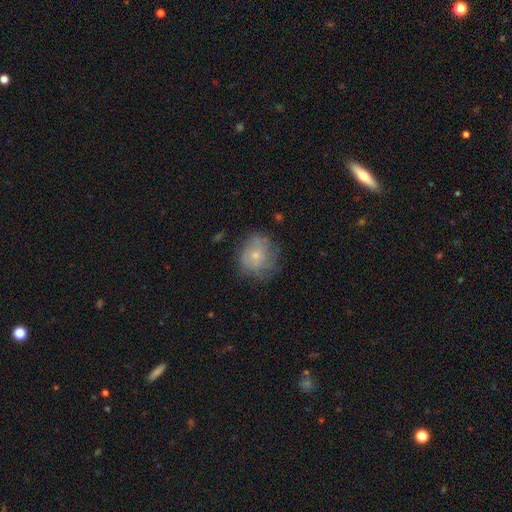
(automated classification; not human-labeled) This is possibly a smooth galaxy (53%). How rounded: likely round (75%). Merging: likely none (63%).